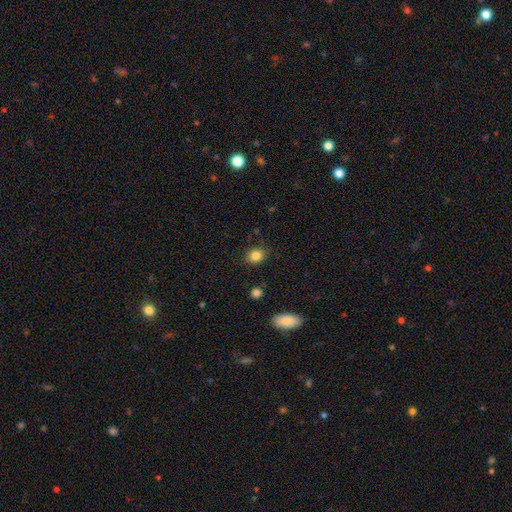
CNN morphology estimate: type=smooth (84%); roundness=round (59%); merging=none (84%).